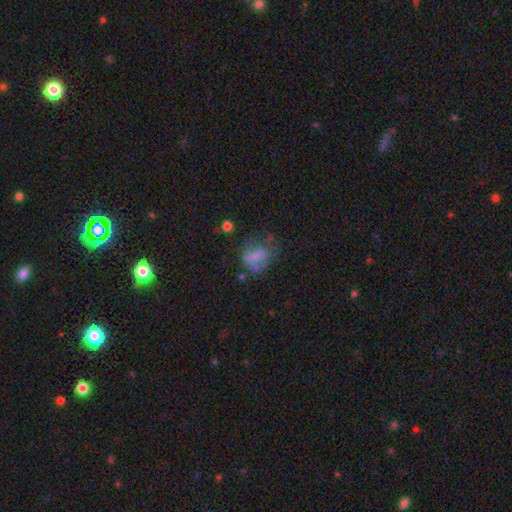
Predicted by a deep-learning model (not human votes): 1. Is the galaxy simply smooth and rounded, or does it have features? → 53% smooth, 33% featured or disk, 14% star or artifact.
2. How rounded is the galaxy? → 56% in between, 42% round, 2% cigar-shaped.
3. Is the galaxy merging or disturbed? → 36% none, 32% major disturbance, 25% minor disturbance, 7% merger.